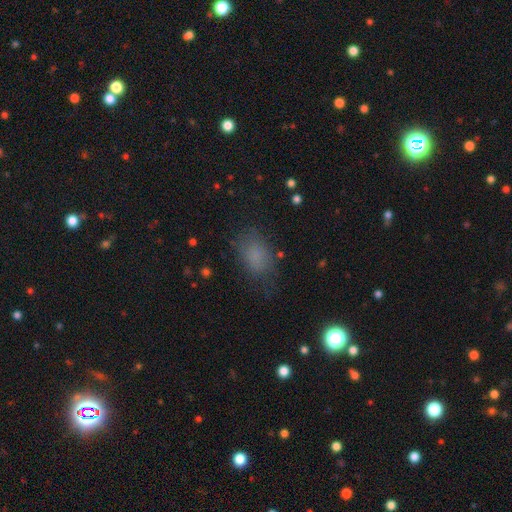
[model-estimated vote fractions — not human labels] The model was most divided on "merging": none: 69%, minor disturbance: 20%, major disturbance: 10%, merger: 2%. More confident: how rounded — in between (81%); smooth or featured — smooth (78%).